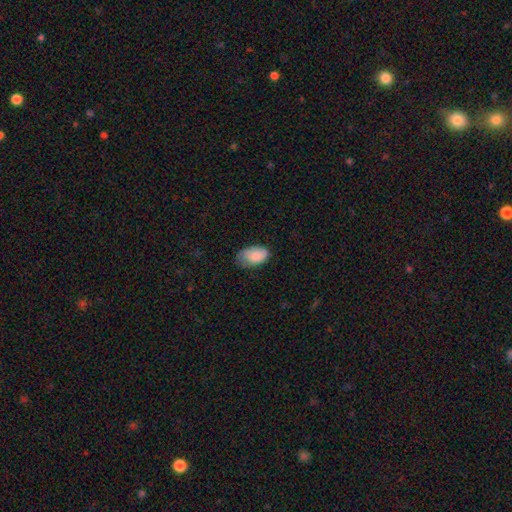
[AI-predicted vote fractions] smooth 84%, featured or disk 10%, star or artifact 7%. Down the decision tree: how rounded — in between (93%); merging — none (54%).